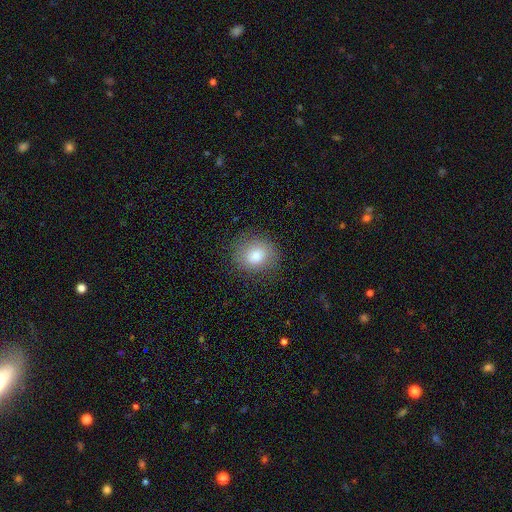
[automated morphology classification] Smooth or featured?
  - smooth: 79% *
  - featured or disk: 11%
  - star or artifact: 10%
How rounded?
  - round: 77% *
  - in between: 22%
  - cigar-shaped: 1%
Merging?
  - none: 81% *
  - minor disturbance: 13%
  - major disturbance: 5%
  - merger: 1%